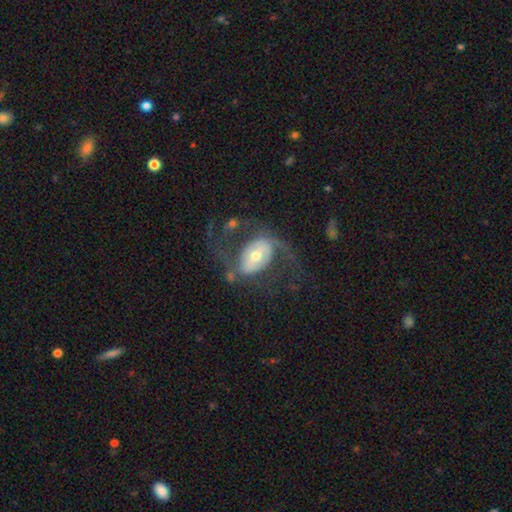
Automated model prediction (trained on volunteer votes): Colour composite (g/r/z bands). It shows a featured or disk galaxy (77%) with no bar (36%), 2 (86%) loose (52%) spiral arms (82%) and a moderate central bulge (59%). Merging: none (48%).